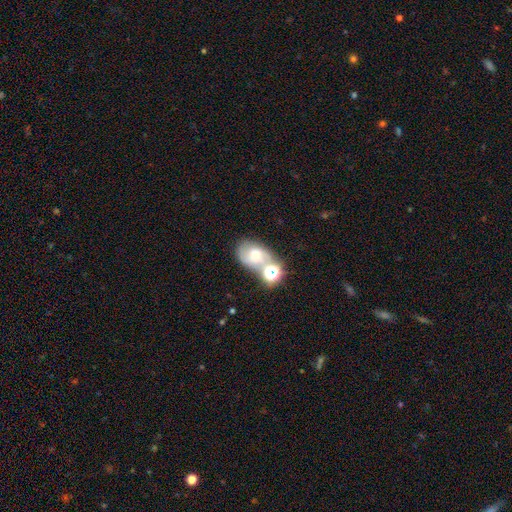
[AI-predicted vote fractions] featured or disk 42%, smooth 40%, star or artifact 18%. Down the decision tree: merging — none (43%).